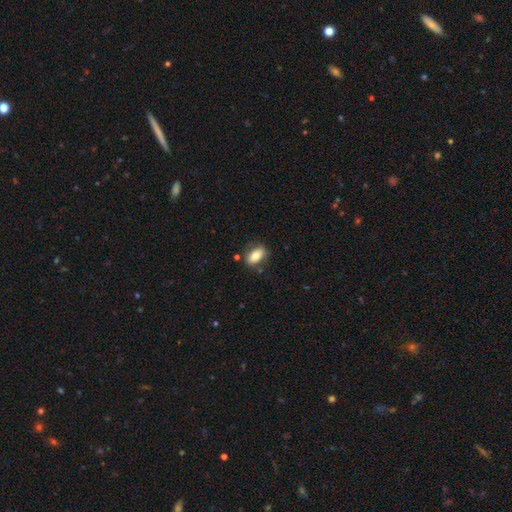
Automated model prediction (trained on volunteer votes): A smooth galaxy with no disk features (78%) that is in between round and cigar-shaped (88%).

Vote fractions:
- Smooth or featured? smooth: 78% / featured or disk: 15% / star or artifact: 7%
- How rounded? in between: 88% / round: 8% / cigar-shaped: 4%
- Merging? none: 77% / minor disturbance: 15% / major disturbance: 4% / merger: 4%